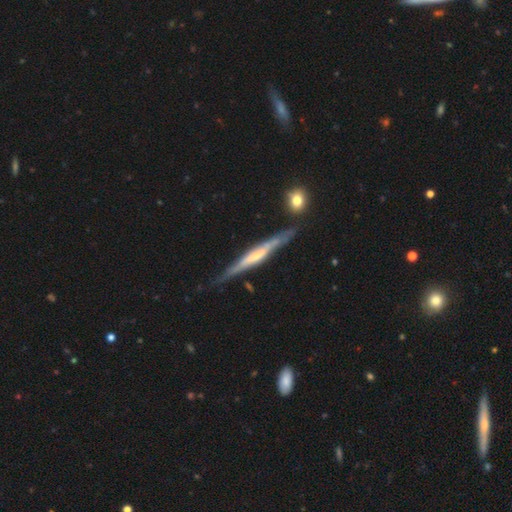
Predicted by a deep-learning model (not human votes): Overall: featured or disk (70%). Edge-on disk: yes (93%). Edge-on bulge: rounded (40%; none 34%). Merging: none (75%).